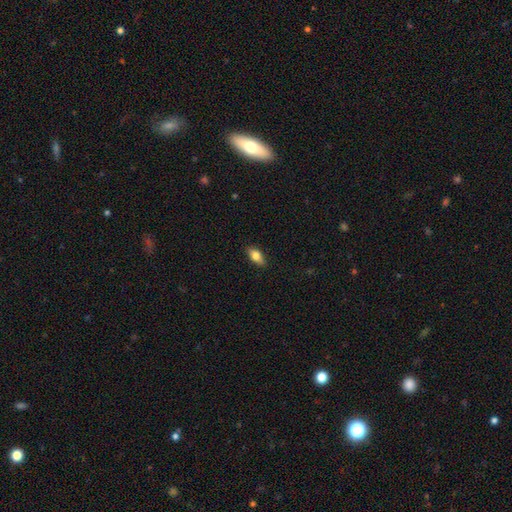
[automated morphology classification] This is likely a smooth galaxy (74%). How rounded: clearly in between (84%). Merging: clearly none (86%).